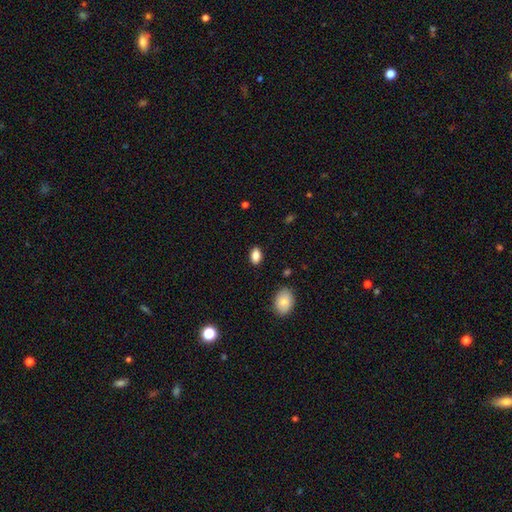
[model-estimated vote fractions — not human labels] This is clearly a smooth galaxy (86%). How rounded: clearly in between (89%). Merging: clearly none (87%).